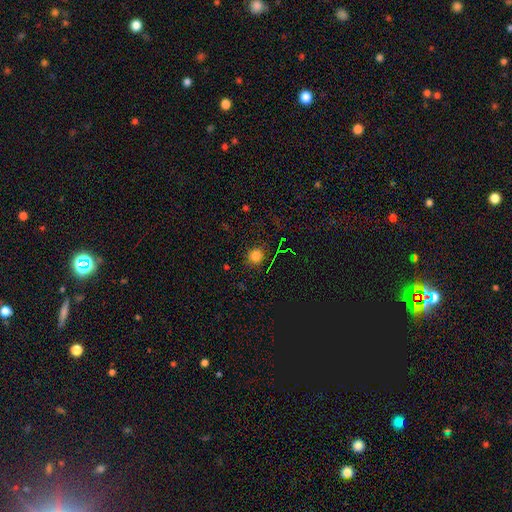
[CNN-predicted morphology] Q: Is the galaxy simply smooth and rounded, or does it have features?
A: smooth — 75%.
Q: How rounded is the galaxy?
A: round — 88%.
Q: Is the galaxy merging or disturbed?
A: none — 85%.